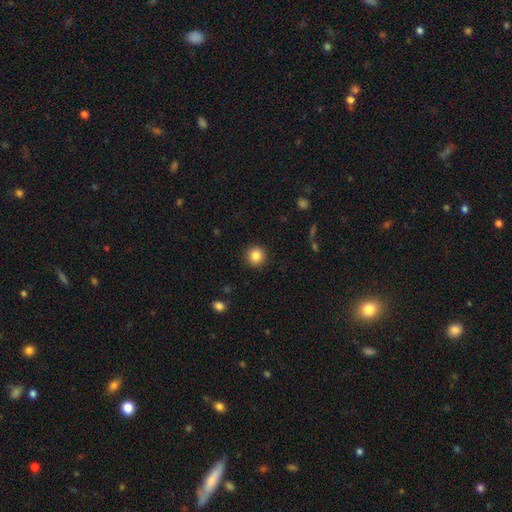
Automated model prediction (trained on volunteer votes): smooth-or-featured: smooth: 85% | star or artifact: 10% | featured or disk: 5%
  how-rounded: round: 94% | in between: 5% | cigar-shaped: 1%
  merging: none: 91% | minor disturbance: 6% | major disturbance: 2% | merger: 1%